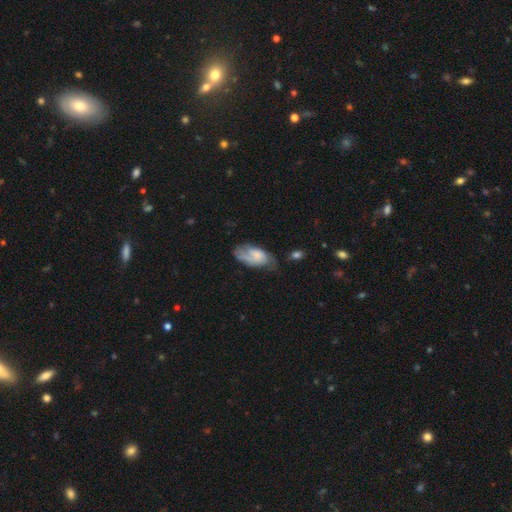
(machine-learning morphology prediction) This appears to be a smooth galaxy with no disk features (57%) that is in between round and cigar-shaped (91%). Merging: none (41%).